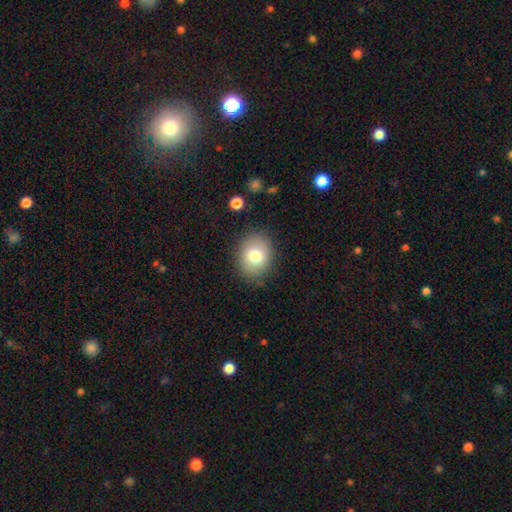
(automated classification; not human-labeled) smooth 77%, featured or disk 14%, star or artifact 9%. Down the decision tree: how rounded — round (57%); merging — none (83%).